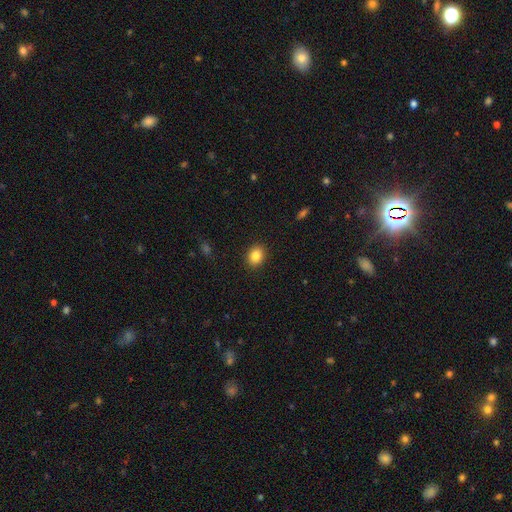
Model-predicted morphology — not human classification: Smooth or featured: smooth — 84% (star or artifact — 10%)
How rounded: in between — 52% (round — 47%)
Merging: none — 90% (minor disturbance — 7%)